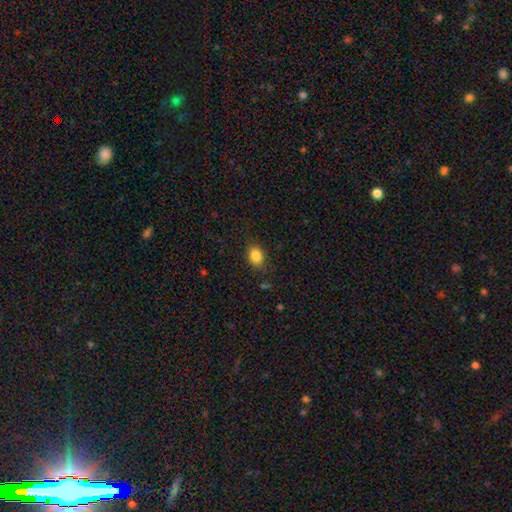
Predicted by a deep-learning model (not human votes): This appears to be a smooth galaxy with no disk features (85%) that is in between round and cigar-shaped (64%). Merging: none (83%).